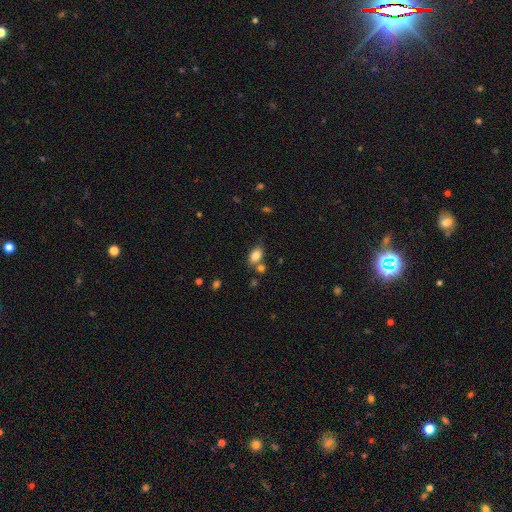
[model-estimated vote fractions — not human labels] Morphology: type=smooth (83%); roundness=in between (85%); merging=none (61%).